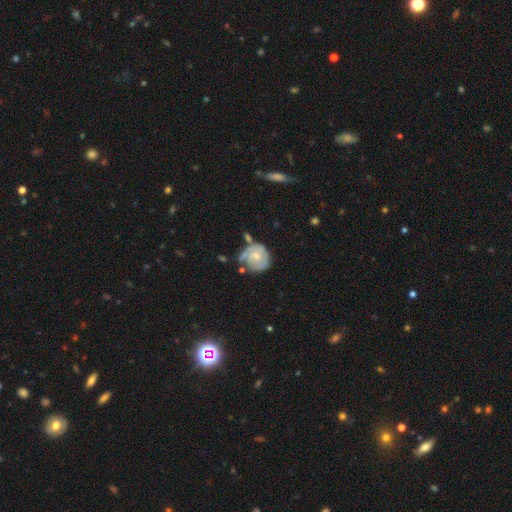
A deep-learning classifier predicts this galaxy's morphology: Smooth or featured? featured or disk (68%)
Edge-on disk? no (98%)
Bar? no (71%)
Spiral arms? yes (81%)
Spiral winding? tight (67%)
Spiral arm count? can't tell (34%, tied with 2)
Bulge size? small (51%)
Merging? none (46%)